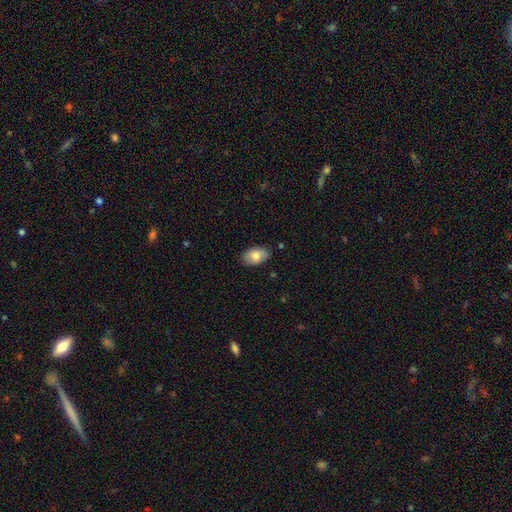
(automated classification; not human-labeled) This appears to be a smooth galaxy with no disk features (77%) that is in between round and cigar-shaped (91%). Merging: none (81%).